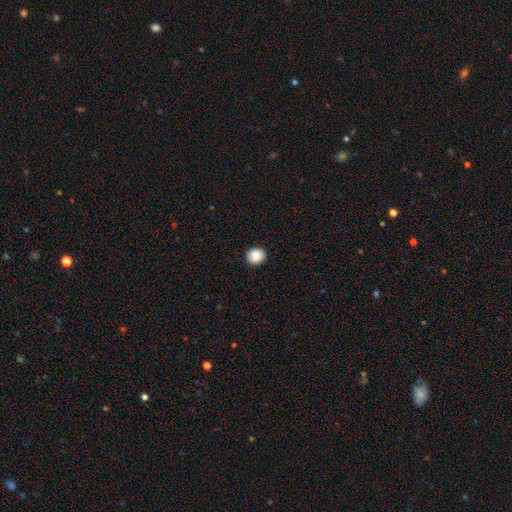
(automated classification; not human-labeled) Q: Smooth or featured?
A: smooth (87%); runner-up: star or artifact (8%)
Q: How rounded?
A: round (79%); runner-up: in between (20%)
Q: Merging?
A: none (91%); runner-up: minor disturbance (7%)